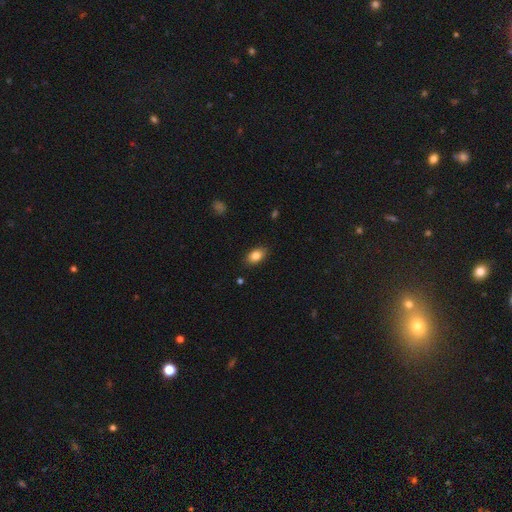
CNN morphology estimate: A smooth galaxy with no disk features (84%) that is in between round and cigar-shaped (87%).

Vote fractions:
- Smooth or featured? smooth: 84% / star or artifact: 8% / featured or disk: 8%
- How rounded? in between: 87% / round: 11% / cigar-shaped: 2%
- Merging? none: 86% / minor disturbance: 10% / major disturbance: 2% / merger: 1%